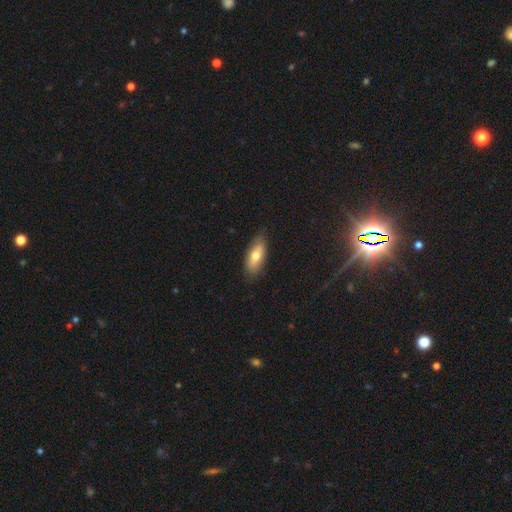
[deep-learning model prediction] This is likely a smooth galaxy (68%). How rounded: likely in between (77%). Merging: clearly none (80%).